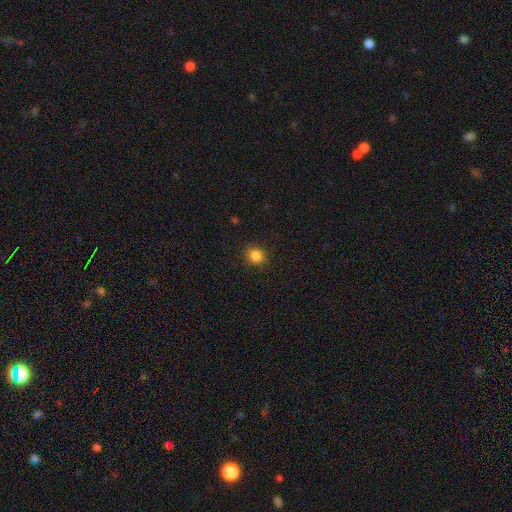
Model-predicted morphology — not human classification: The model was most divided on "how rounded": round: 79%, in between: 20%, cigar-shaped: 1%. More confident: merging — none (90%); smooth or featured — smooth (85%).